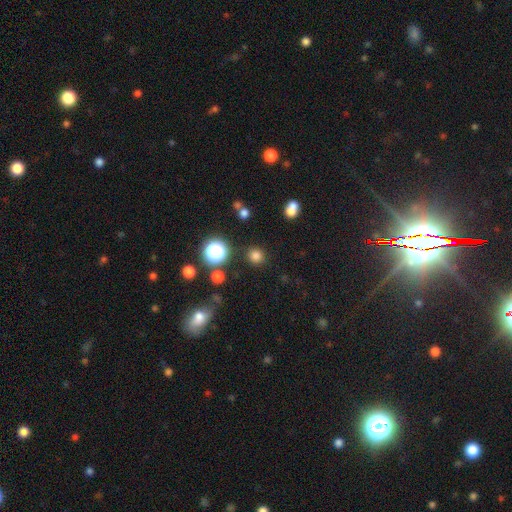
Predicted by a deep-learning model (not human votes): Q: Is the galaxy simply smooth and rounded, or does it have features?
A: smooth — 77%.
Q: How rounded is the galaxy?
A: round — 91%.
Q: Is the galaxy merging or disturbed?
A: none — 88%.